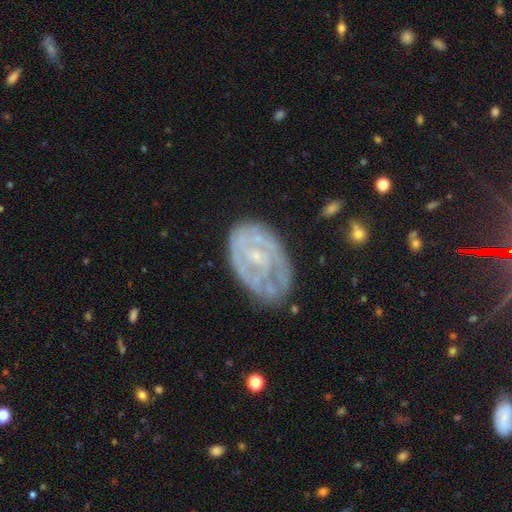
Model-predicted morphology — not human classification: A featured or disk galaxy (76%) with no bar (64%), tight (63%) spiral arms (72%) and a small central bulge (70%).

Vote fractions:
- Smooth or featured? featured or disk: 76% / smooth: 17% / star or artifact: 7%
- Edge-on disk? no: 97% / yes: 3%
- Bar? no: 64% / weak: 30% / strong: 6%
- Spiral arms? yes: 72% / no: 28%
- Spiral winding? tight: 63% / medium: 26% / loose: 10%
- Spiral arm count? can't tell: 50% / 2: 25% / 3: 10% / 1: 7% / 4: 5% / more than 4: 4%
- Bulge size? small: 70% / moderate: 17% / none: 11% / large: 1% / dominant: 1%
- Merging? none: 61% / minor disturbance: 25% / major disturbance: 11% / merger: 2%